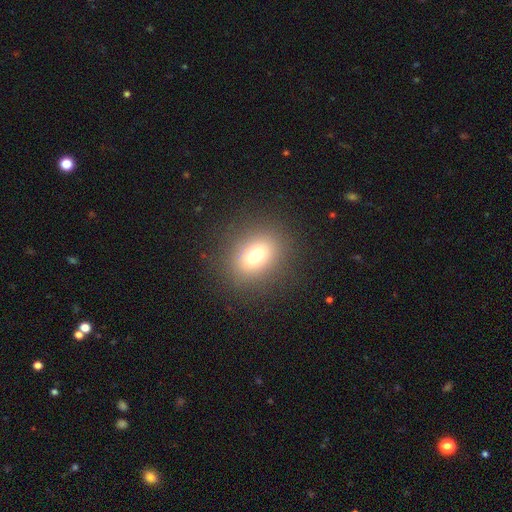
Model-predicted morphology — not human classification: smooth-or-featured: smooth: 72% | star or artifact: 14% | featured or disk: 14%
  how-rounded: in between: 50% | round: 48% | cigar-shaped: 2%
  merging: none: 87% | minor disturbance: 8% | major disturbance: 4% | merger: 1%